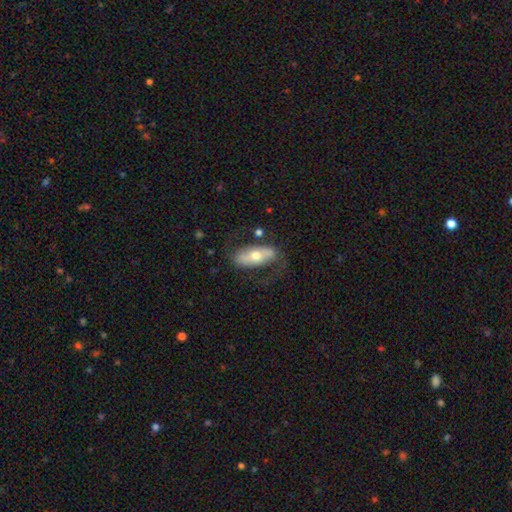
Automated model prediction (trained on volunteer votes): smooth-or-featured: featured or disk: 55% | smooth: 39% | star or artifact: 6%
  disk-edge-on: no: 82% | yes: 18%
  merging: none: 63% | minor disturbance: 20% | major disturbance: 14% | merger: 3%